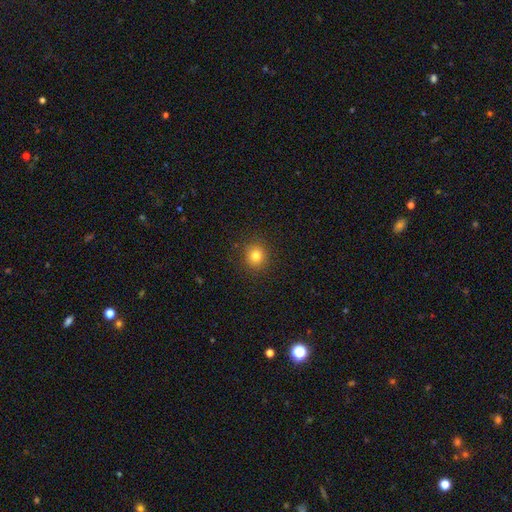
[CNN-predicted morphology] Smooth or featured?
  - smooth: 81% *
  - star or artifact: 13%
  - featured or disk: 6%
How rounded?
  - round: 89% *
  - in between: 10%
  - cigar-shaped: 1%
Merging?
  - none: 90% *
  - minor disturbance: 6%
  - major disturbance: 2%
  - merger: 1%